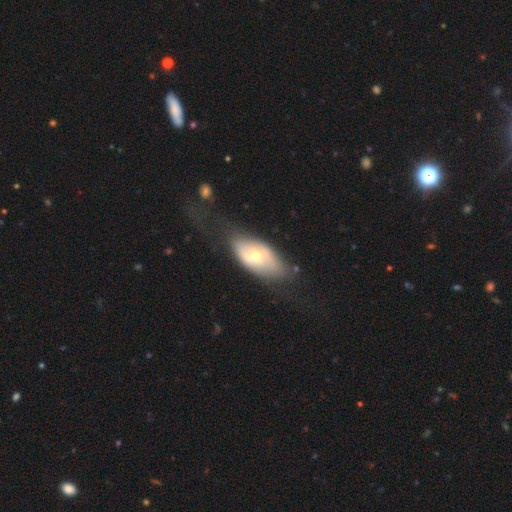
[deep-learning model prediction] smooth 49%, featured or disk 44%, star or artifact 7%. Down the decision tree: merging — none (49%).